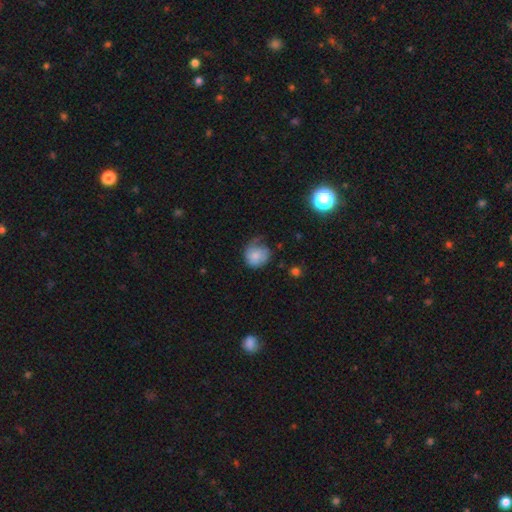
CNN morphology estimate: Smooth or featured?
  - smooth: 71% *
  - featured or disk: 21%
  - star or artifact: 8%
How rounded?
  - round: 79% *
  - in between: 20%
  - cigar-shaped: 1%
Merging?
  - none: 38% *
  - minor disturbance: 35%
  - major disturbance: 25%
  - merger: 2%